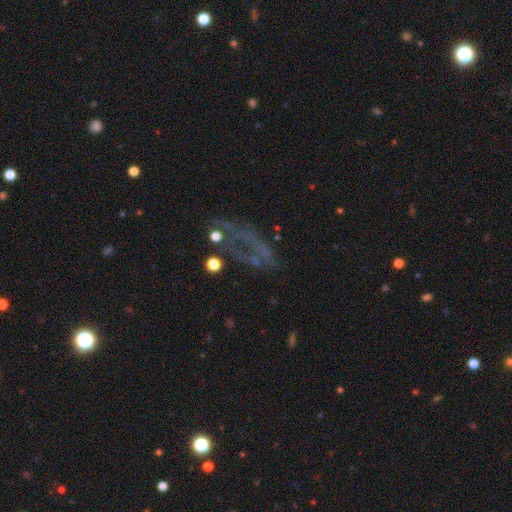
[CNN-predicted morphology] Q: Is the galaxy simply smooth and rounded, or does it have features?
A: featured or disk — 40%.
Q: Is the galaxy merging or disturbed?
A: none — 41%.